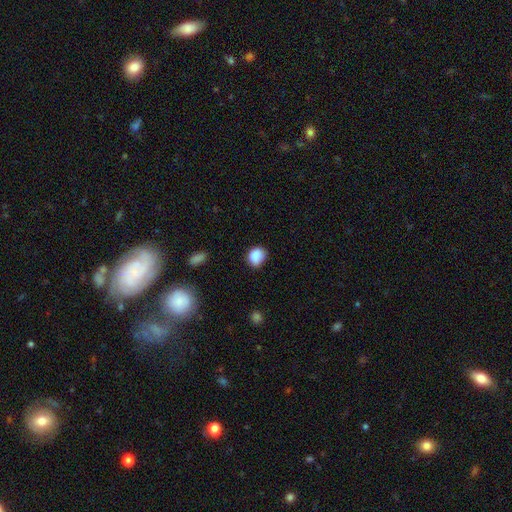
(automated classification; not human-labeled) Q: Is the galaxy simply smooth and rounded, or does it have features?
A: smooth — 87%.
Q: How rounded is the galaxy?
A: round — 64%.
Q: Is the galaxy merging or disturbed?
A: none — 70%.